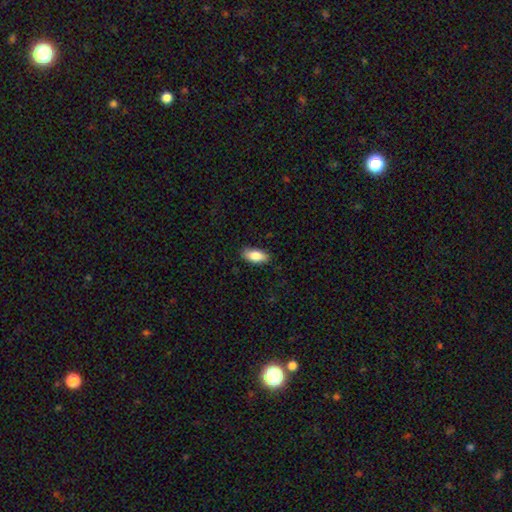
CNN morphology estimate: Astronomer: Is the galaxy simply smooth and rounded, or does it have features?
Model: smooth — 85%.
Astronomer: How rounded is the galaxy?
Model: in between — 87%.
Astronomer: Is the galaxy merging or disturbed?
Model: none — 86%.